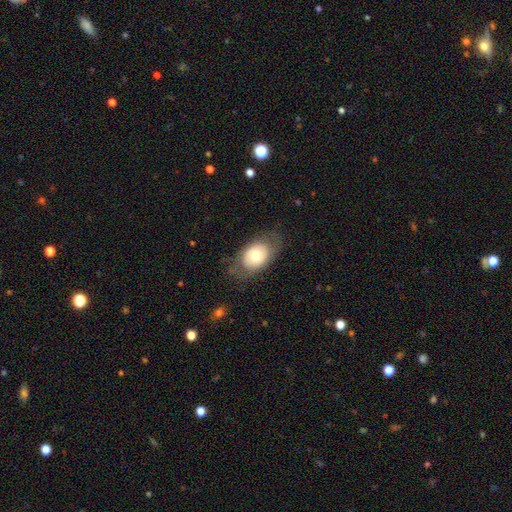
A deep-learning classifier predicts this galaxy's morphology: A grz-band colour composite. It shows a smooth galaxy with no disk features (65%) that is in between round and cigar-shaped (79%). Merging: none (70%).